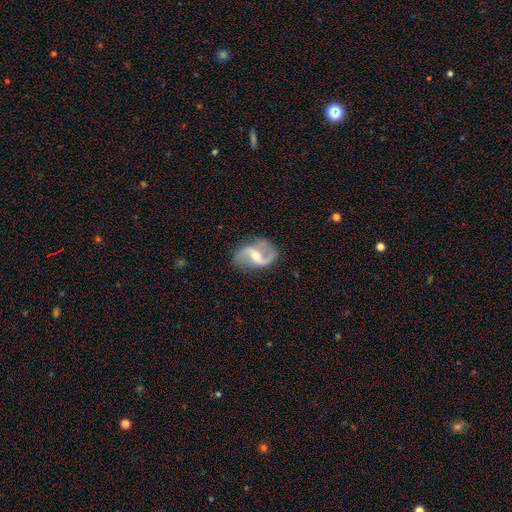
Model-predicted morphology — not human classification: Q: Smooth or featured?
A: featured or disk (88%); runner-up: smooth (8%)
Q: Edge-on disk?
A: no (97%); runner-up: yes (3%)
Q: Bar?
A: weak (49%); runner-up: strong (29%)
Q: Spiral arms?
A: yes (95%); runner-up: no (5%)
Q: Spiral winding?
A: loose (64%); runner-up: medium (29%)
Q: Spiral arm count?
A: 2 (90%); runner-up: 1 (5%)
Q: Bulge size?
A: moderate (54%); runner-up: small (41%)
Q: Merging?
A: none (75%); runner-up: minor disturbance (16%)